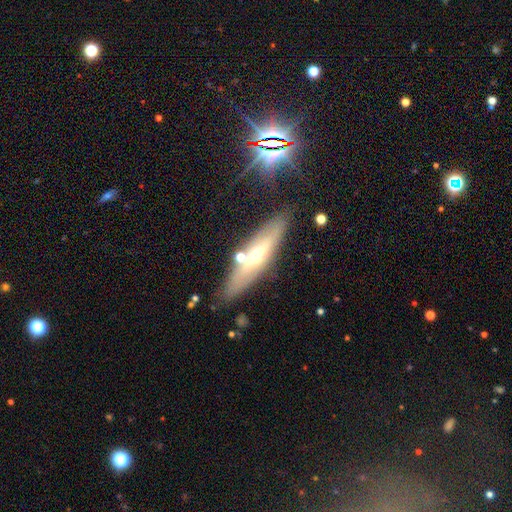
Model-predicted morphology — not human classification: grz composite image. It shows a featured or disk galaxy (60%) viewed edge-on (73%). Merging: none (79%).